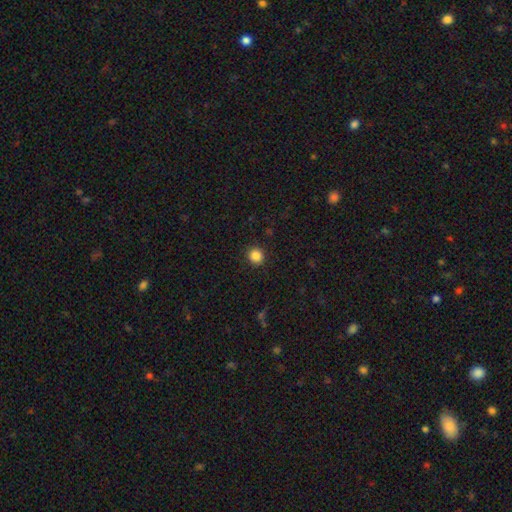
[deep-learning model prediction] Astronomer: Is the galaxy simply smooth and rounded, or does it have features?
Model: smooth — 86%.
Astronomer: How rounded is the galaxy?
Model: round — 90%.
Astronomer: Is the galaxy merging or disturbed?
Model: none — 91%.